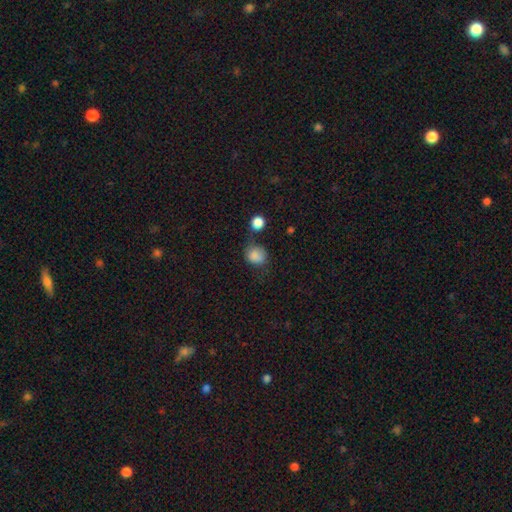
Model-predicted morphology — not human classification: This appears to be a smooth galaxy with no disk features (84%) that is round (65%). Merging: none (55%).